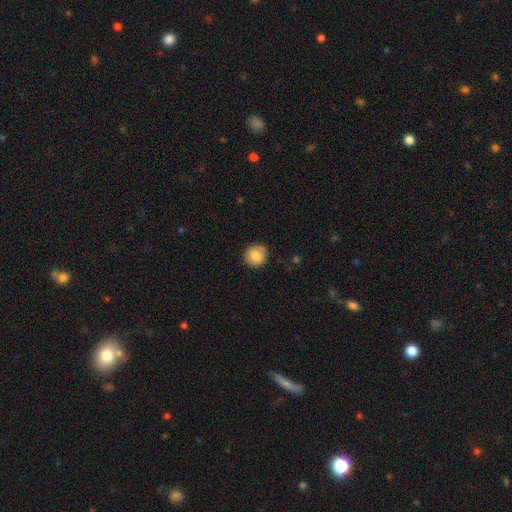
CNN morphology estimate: The model was most divided on "smooth or featured": smooth: 83%, featured or disk: 9%, star or artifact: 8%. More confident: how rounded — round (92%); merging — none (87%).